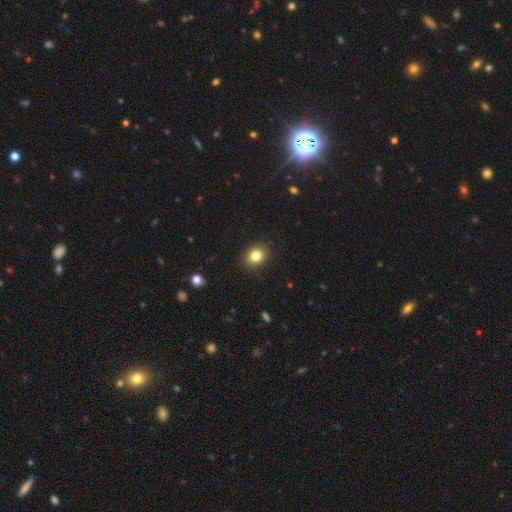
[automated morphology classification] This is clearly a smooth galaxy (83%). How rounded: likely round (63%). Merging: clearly none (90%).